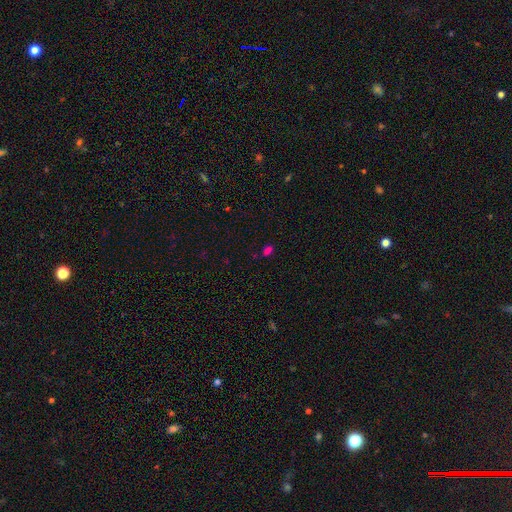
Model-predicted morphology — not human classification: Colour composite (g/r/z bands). It shows a smooth galaxy with no disk features (60%) that is in between round and cigar-shaped (81%). Merging: none (72%).